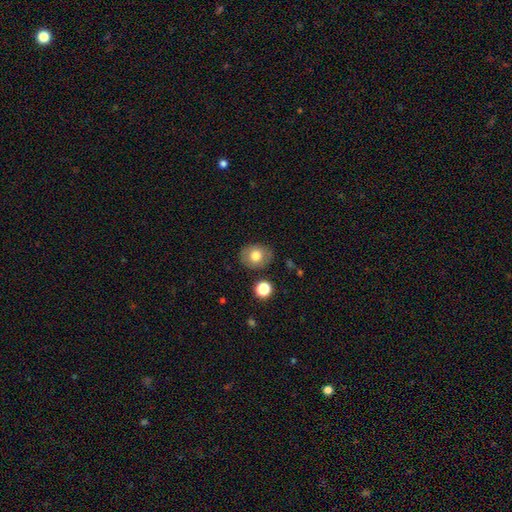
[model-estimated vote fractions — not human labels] Smooth or featured: smooth — 75% (featured or disk — 16%)
How rounded: round — 54% (in between — 45%)
Merging: none — 84% (minor disturbance — 11%)